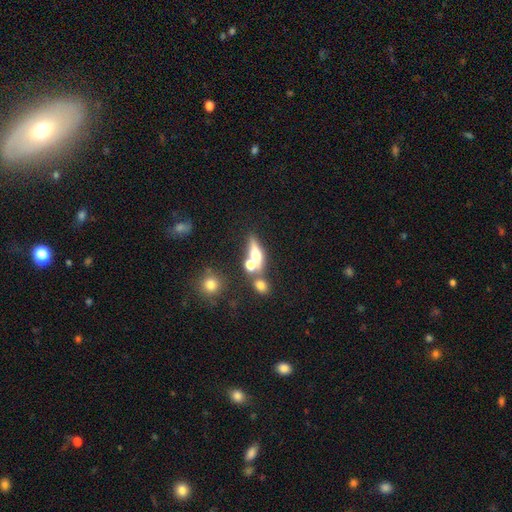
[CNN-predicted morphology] This appears to be a smooth galaxy with no disk features (48%). Merging: none (47%).